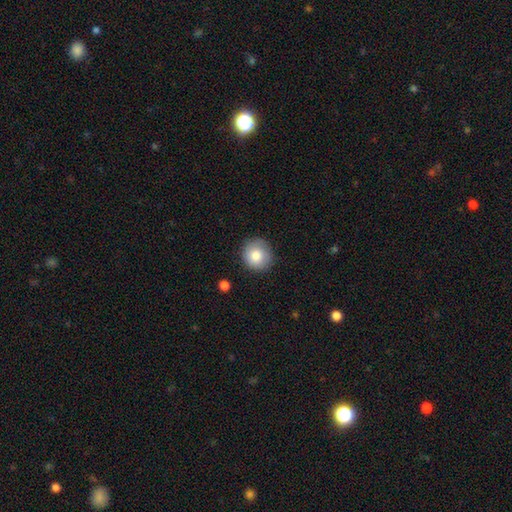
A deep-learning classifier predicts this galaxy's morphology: Smooth or featured? smooth (82%)
How rounded? round (91%)
Merging? none (84%)